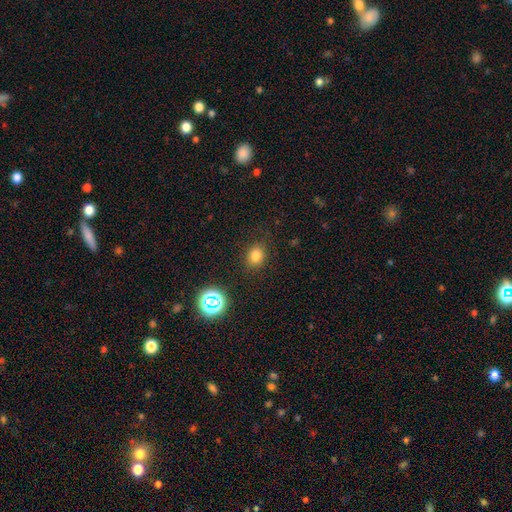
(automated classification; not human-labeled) Q: Smooth or featured?
A: smooth (77%); runner-up: star or artifact (17%)
Q: How rounded?
A: round (56%); runner-up: in between (43%)
Q: Merging?
A: none (84%); runner-up: minor disturbance (11%)